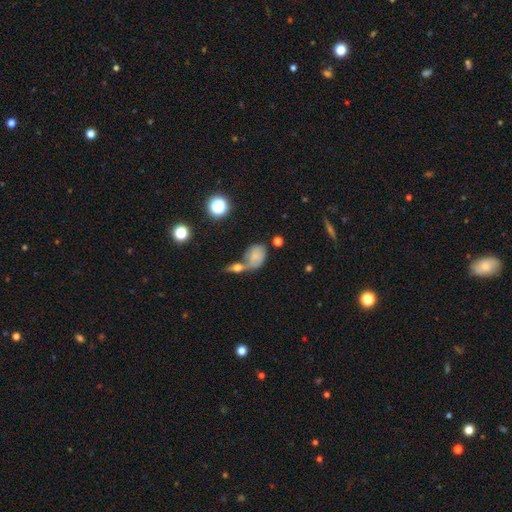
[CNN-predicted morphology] smooth-or-featured: smooth: 65% | featured or disk: 22% | star or artifact: 13%
  how-rounded: in between: 70% | round: 28% | cigar-shaped: 2%
  merging: merger: 45% | none: 30% | minor disturbance: 15% | major disturbance: 9%